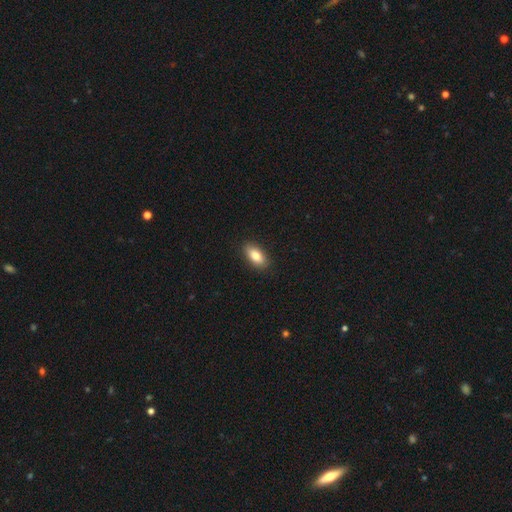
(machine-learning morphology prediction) Smooth or featured? Predicted: smooth (p=0.82). How rounded? Predicted: in between (p=0.88). Merging? Predicted: none (p=0.89).